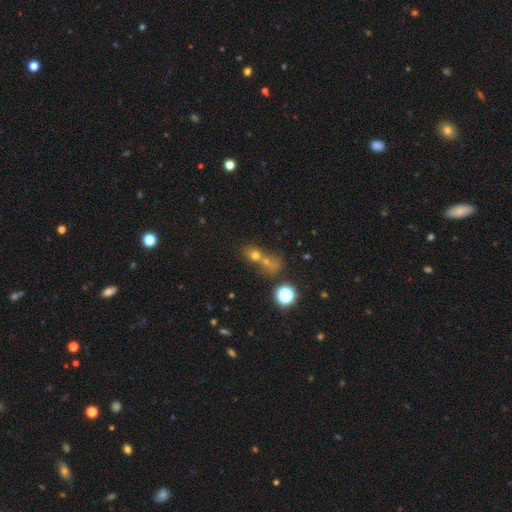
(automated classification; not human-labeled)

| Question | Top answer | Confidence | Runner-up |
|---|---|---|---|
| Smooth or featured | smooth | 57% | star or artifact (27%) |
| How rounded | round | 63% | in between (33%) |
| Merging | merger | 58% | none (30%) |